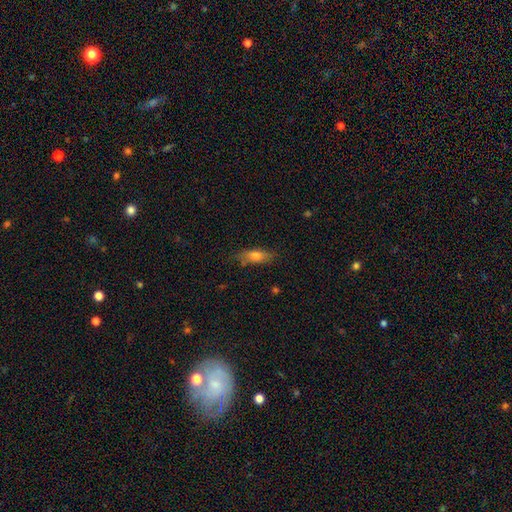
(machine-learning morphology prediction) smooth_or_featured: smooth (p=0.71) [alt: featured or disk p=0.20]
how_rounded: in between (p=0.69) [alt: cigar-shaped p=0.27]
merging: none (p=0.76) [alt: minor disturbance p=0.18]